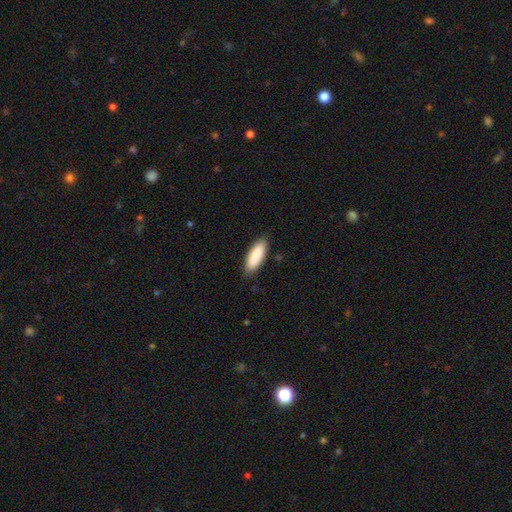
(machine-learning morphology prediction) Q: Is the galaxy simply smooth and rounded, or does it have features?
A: smooth — 89%.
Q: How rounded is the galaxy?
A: in between — 69%.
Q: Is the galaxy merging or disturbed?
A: none — 85%.